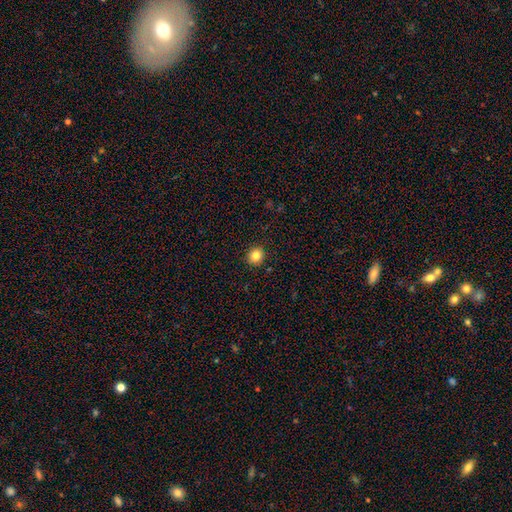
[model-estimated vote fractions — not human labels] Smooth or featured? Predicted: smooth (p=0.83). How rounded? Predicted: round (p=0.86). Merging? Predicted: none (p=0.92).